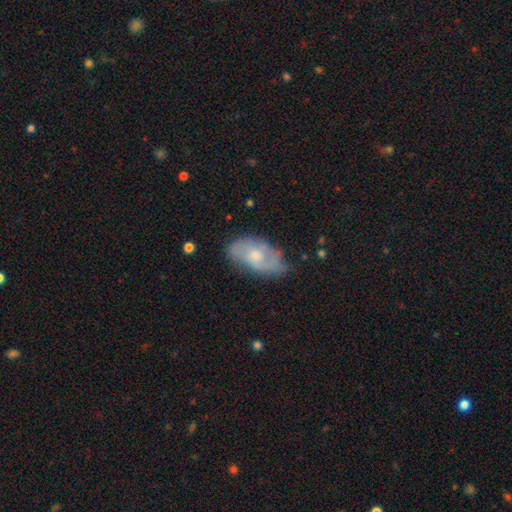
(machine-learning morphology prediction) A featured or disk galaxy (57%) with no bar (74%), spiral arms (71%) and a small central bulge (50%). Merging: none (64%).